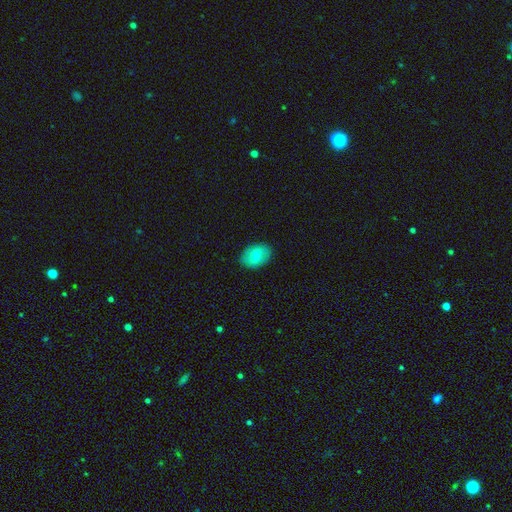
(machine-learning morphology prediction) Smooth or featured: smooth — 64% (featured or disk — 28%)
How rounded: in between — 76% (round — 23%)
Merging: none — 87% (minor disturbance — 10%)